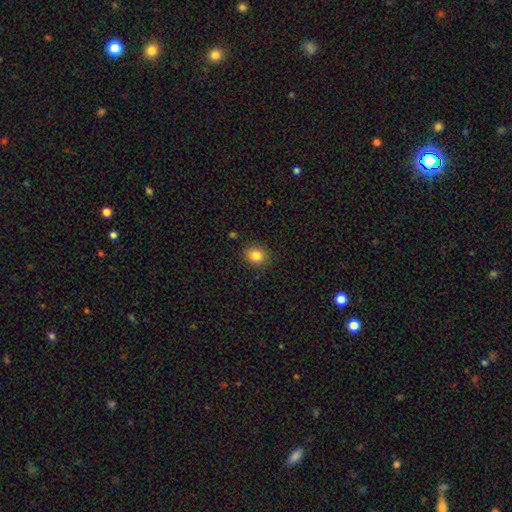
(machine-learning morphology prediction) Smooth or featured?
  - smooth: 84% *
  - star or artifact: 10%
  - featured or disk: 6%
How rounded?
  - round: 70% *
  - in between: 29%
  - cigar-shaped: 1%
Merging?
  - none: 88% *
  - minor disturbance: 8%
  - major disturbance: 2%
  - merger: 1%